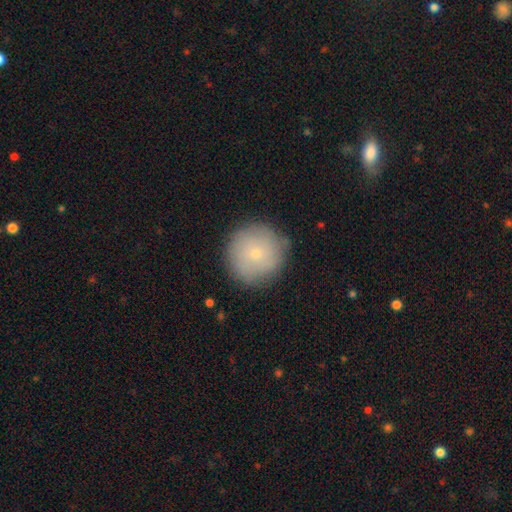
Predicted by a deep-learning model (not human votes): Smooth or featured?
  - smooth: 64% *
  - featured or disk: 24%
  - star or artifact: 12%
How rounded?
  - round: 94% *
  - in between: 4%
  - cigar-shaped: 1%
Merging?
  - none: 88% *
  - minor disturbance: 9%
  - major disturbance: 2%
  - merger: 1%